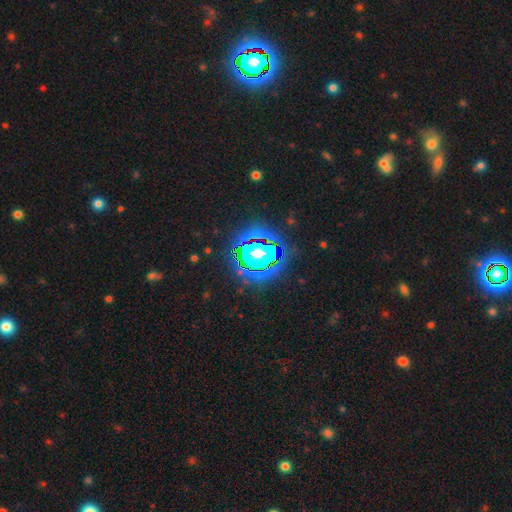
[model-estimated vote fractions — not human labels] smooth_or_featured: star or artifact (p=0.59) [alt: smooth p=0.24]